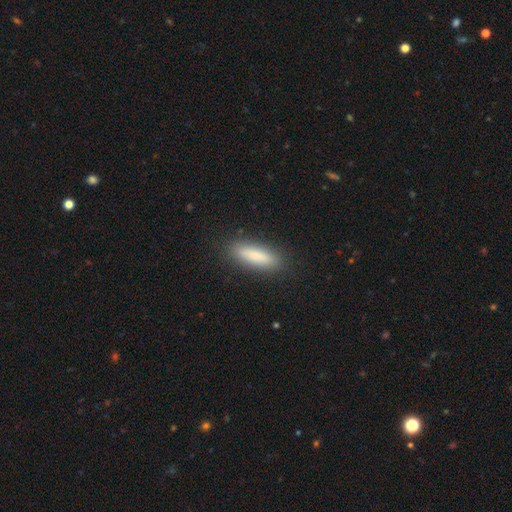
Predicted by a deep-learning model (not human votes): Q: Smooth or featured?
A: smooth (85%); runner-up: featured or disk (8%)
Q: How rounded?
A: cigar-shaped (59%); runner-up: in between (39%)
Q: Merging?
A: none (89%); runner-up: minor disturbance (8%)